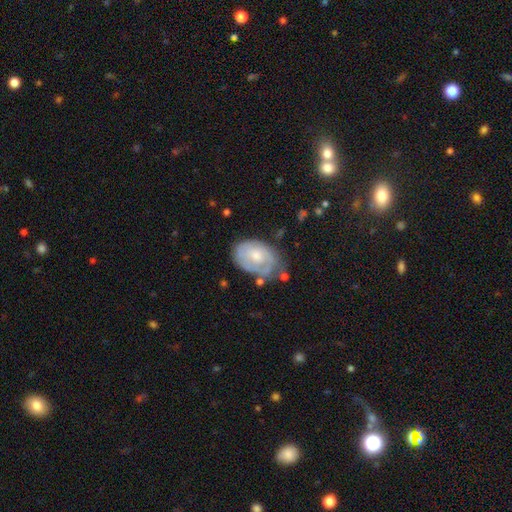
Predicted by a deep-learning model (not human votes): Smooth or featured? featured or disk (56%)
Edge-on disk? no (96%)
Bar? no (77%)
Spiral arms? yes (64%)
Bulge size? moderate (49%)
Merging? none (51%)